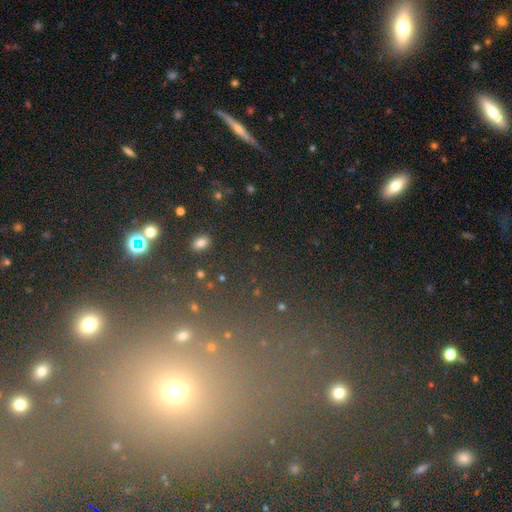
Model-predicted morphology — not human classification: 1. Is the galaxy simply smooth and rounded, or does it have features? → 55% star or artifact, 33% smooth, 12% featured or disk.